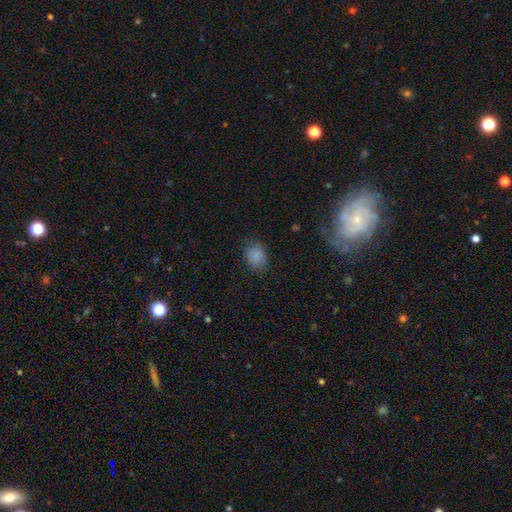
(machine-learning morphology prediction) This is clearly a smooth galaxy (84%). How rounded: likely in between (61%). Merging: likely none (74%).